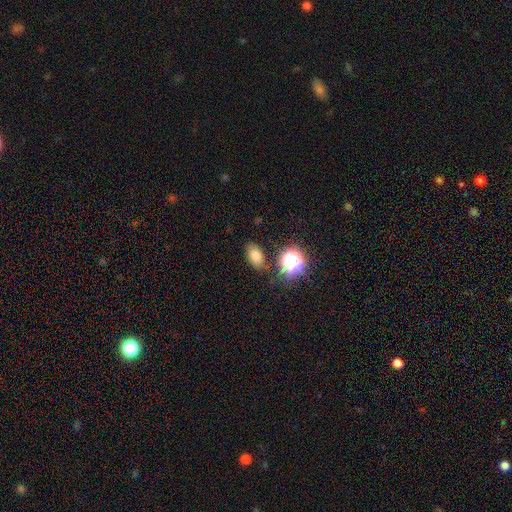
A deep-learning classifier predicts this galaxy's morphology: This is likely a smooth galaxy (71%). How rounded: clearly in between (82%). Merging: clearly none (80%).